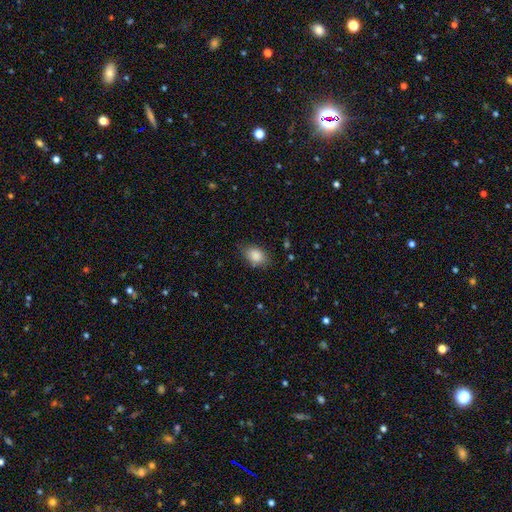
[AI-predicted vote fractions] Smooth or featured? smooth (86%)
How rounded? in between (80%)
Merging? none (75%)